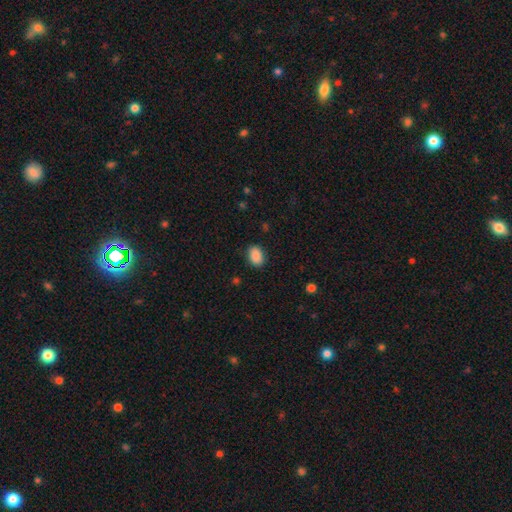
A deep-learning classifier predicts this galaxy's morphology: smooth-or-featured: smooth: 89% | star or artifact: 8% | featured or disk: 3%
  how-rounded: in between: 81% | round: 18% | cigar-shaped: 1%
  merging: none: 87% | minor disturbance: 10% | major disturbance: 3% | merger: 1%